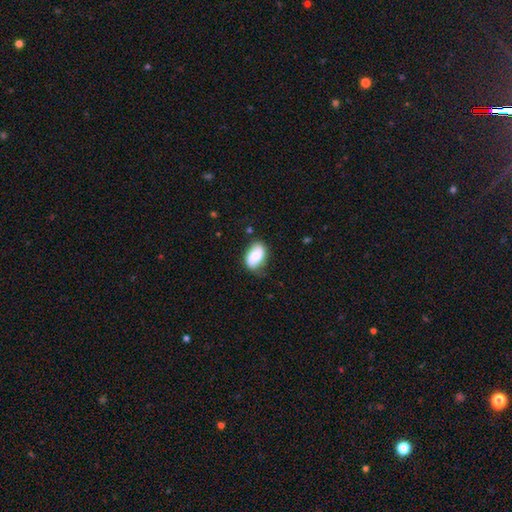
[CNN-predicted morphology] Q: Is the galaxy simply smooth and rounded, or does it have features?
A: smooth — 76%.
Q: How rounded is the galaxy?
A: in between — 92%.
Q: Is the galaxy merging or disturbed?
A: none — 61%.